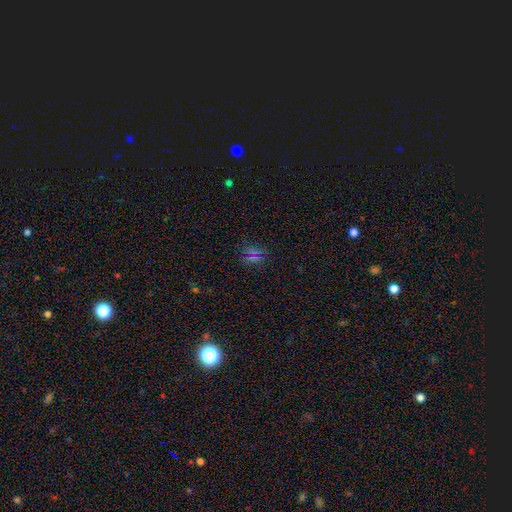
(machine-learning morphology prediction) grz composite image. It shows a smooth galaxy with no disk features (47%). Merging: none (80%).